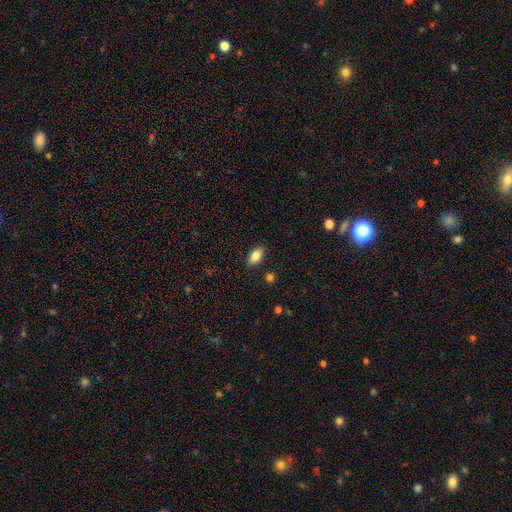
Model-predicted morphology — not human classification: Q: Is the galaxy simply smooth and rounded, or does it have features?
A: smooth — 84%.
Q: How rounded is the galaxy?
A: in between — 92%.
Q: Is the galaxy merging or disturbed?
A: none — 87%.